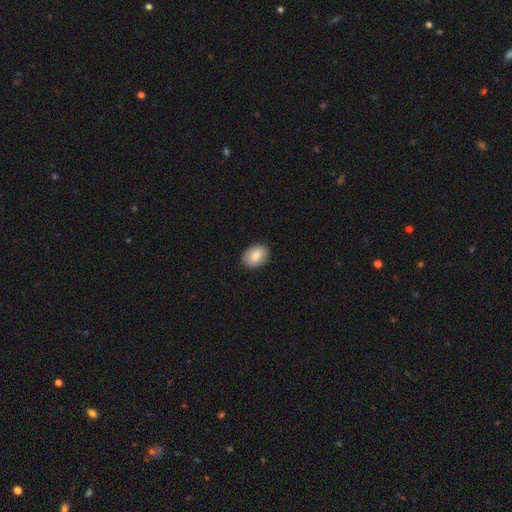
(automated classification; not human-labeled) This is clearly a smooth galaxy (83%). How rounded: clearly in between (81%). Merging: clearly none (88%).